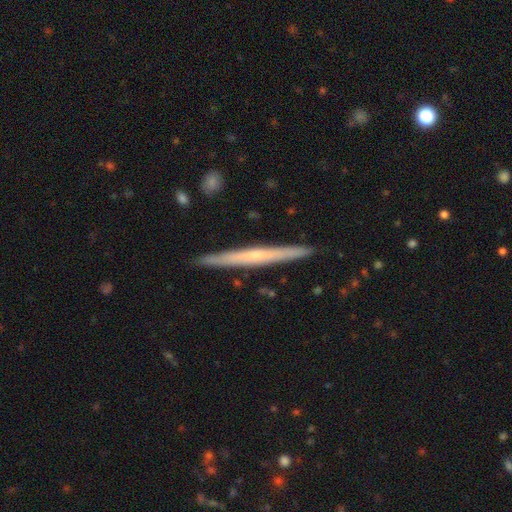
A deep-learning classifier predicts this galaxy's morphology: Smooth or featured?
  - featured or disk: 61% *
  - smooth: 34%
  - star or artifact: 6%
Edge-on disk?
  - yes: 97% *
  - no: 3%
Edge-on bulge?
  - none: 62% *
  - rounded: 33%
  - boxy: 4%
Merging?
  - none: 91% *
  - minor disturbance: 7%
  - merger: 1%
  - major disturbance: 1%